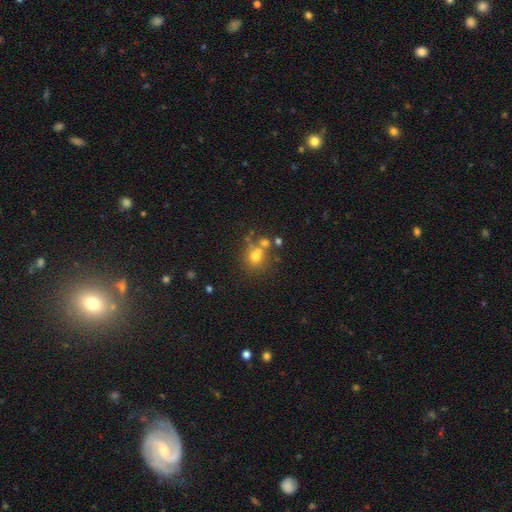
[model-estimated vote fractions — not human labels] The model was most divided on "merging": none: 54%, merger: 30%, minor disturbance: 10%, major disturbance: 5%. More confident: how rounded — round (84%); smooth or featured — smooth (65%).